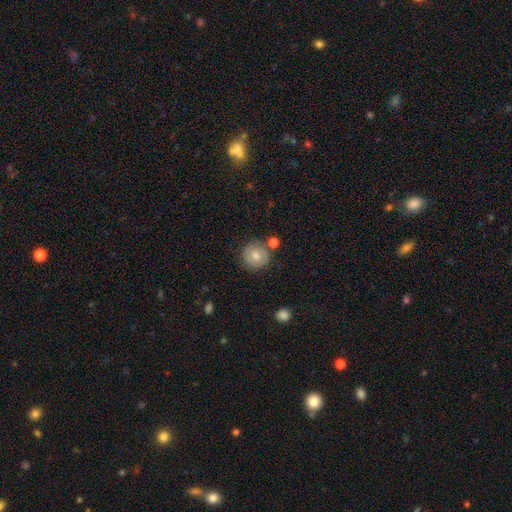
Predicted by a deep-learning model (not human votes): Smooth or featured?
  - smooth: 69% *
  - featured or disk: 23%
  - star or artifact: 9%
How rounded?
  - round: 93% *
  - in between: 6%
  - cigar-shaped: 1%
Merging?
  - none: 76% *
  - minor disturbance: 12%
  - merger: 9%
  - major disturbance: 3%